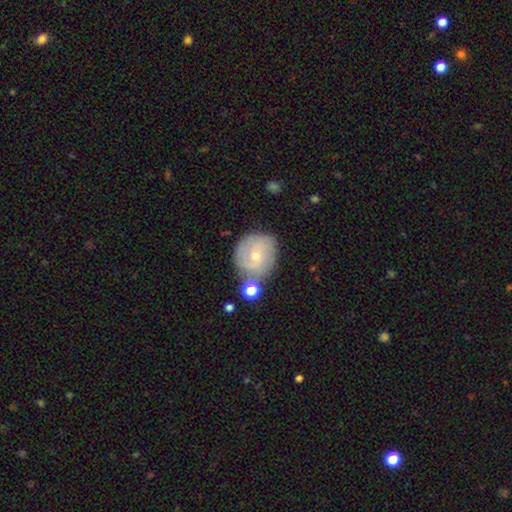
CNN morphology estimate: This appears to be a featured or disk galaxy (49%). Merging: none (56%).